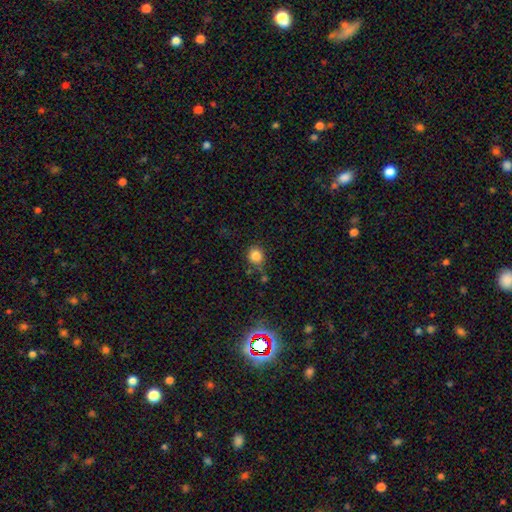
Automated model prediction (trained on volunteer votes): Smooth or featured?
  - smooth: 84% *
  - star or artifact: 12%
  - featured or disk: 5%
How rounded?
  - round: 86% *
  - in between: 13%
  - cigar-shaped: 1%
Merging?
  - none: 70% *
  - minor disturbance: 17%
  - merger: 8%
  - major disturbance: 5%